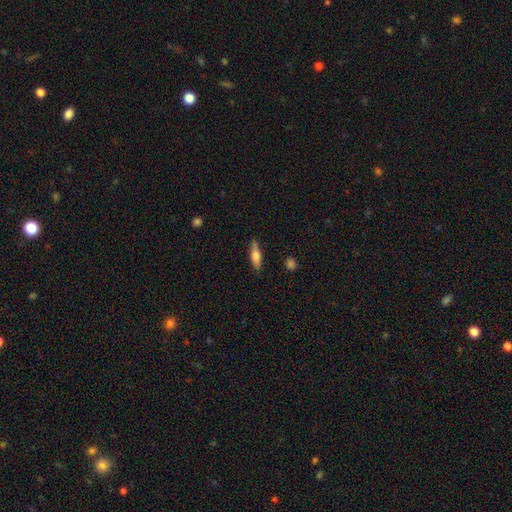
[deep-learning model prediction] This appears to be a smooth galaxy with no disk features (59%) that is cigar-shaped (62%). Merging: none (84%).